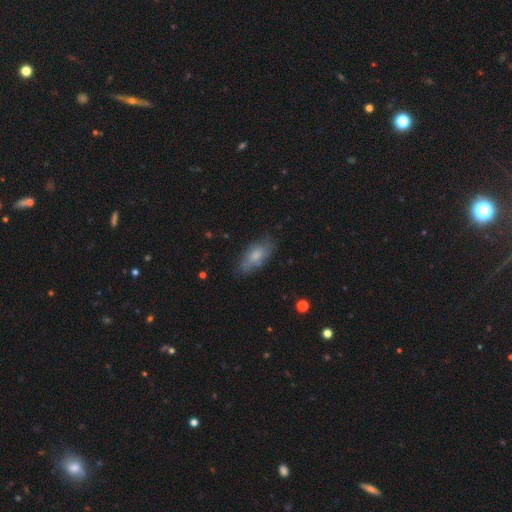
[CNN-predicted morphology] This appears to be a smooth galaxy with no disk features (68%) that is in between round and cigar-shaped (84%). Merging: none (69%).